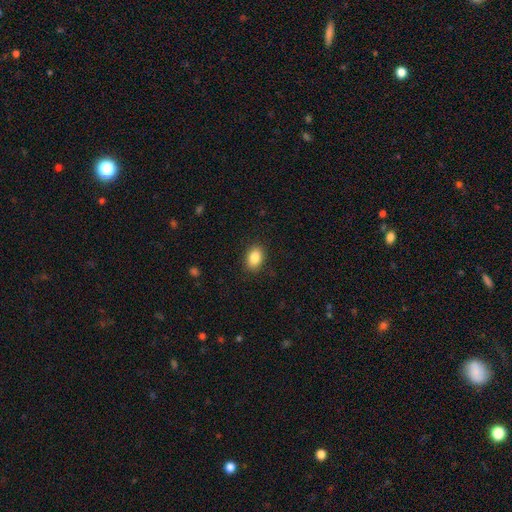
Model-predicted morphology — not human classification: This appears to be a smooth galaxy with no disk features (86%) that is in between round and cigar-shaped (83%). Merging: none (88%).